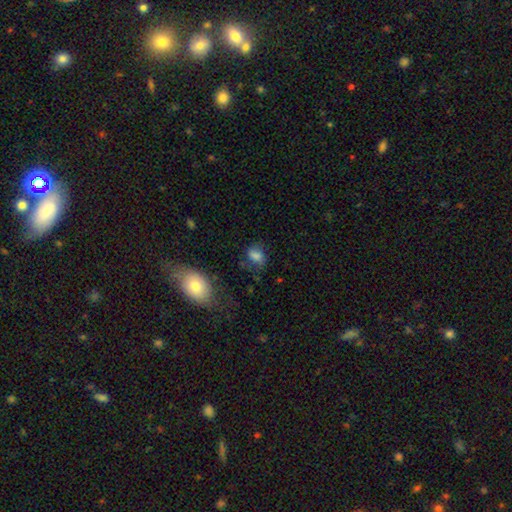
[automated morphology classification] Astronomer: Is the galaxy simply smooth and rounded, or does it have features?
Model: smooth — 76%.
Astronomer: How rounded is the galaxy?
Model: in between — 69%.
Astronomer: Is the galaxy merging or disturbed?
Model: none — 54%.